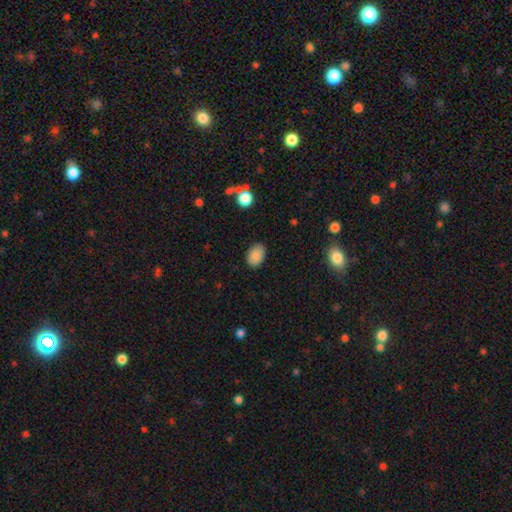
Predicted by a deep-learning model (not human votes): smooth_or_featured: smooth (p=0.87) [alt: star or artifact p=0.08]
how_rounded: in between (p=0.81) [alt: round p=0.18]
merging: none (p=0.86) [alt: minor disturbance p=0.10]